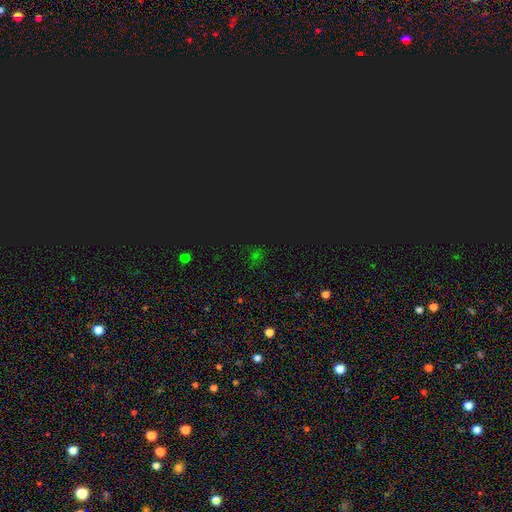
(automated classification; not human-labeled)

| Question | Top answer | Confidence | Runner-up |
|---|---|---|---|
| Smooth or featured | star or artifact | 66% | smooth (28%) |